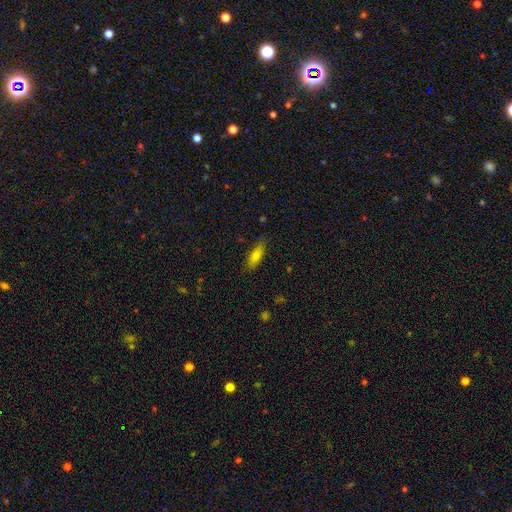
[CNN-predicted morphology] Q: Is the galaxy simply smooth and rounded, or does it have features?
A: smooth — 75%.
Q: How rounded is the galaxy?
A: in between — 56%.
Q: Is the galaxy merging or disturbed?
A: none — 80%.